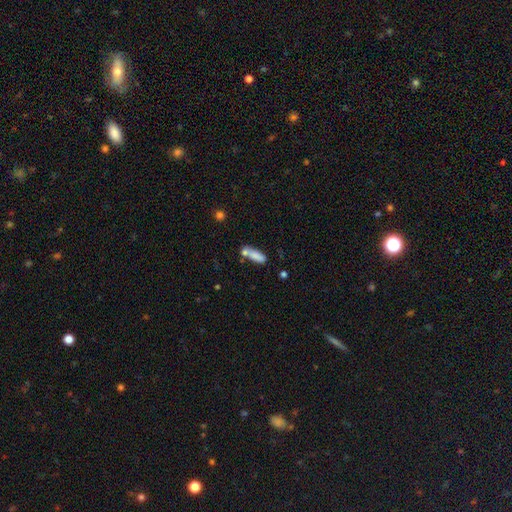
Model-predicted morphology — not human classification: type=smooth (80%); roundness=in between (58%); merging=none (50%).